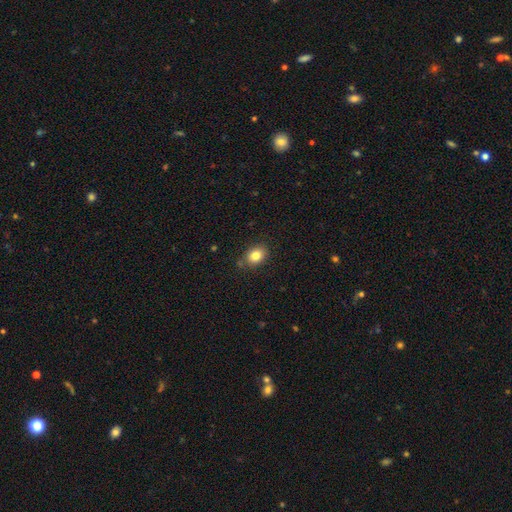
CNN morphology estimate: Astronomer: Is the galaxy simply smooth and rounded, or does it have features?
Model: smooth — 83%.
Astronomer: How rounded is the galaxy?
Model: in between — 63%.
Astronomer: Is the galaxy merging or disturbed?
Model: none — 80%.